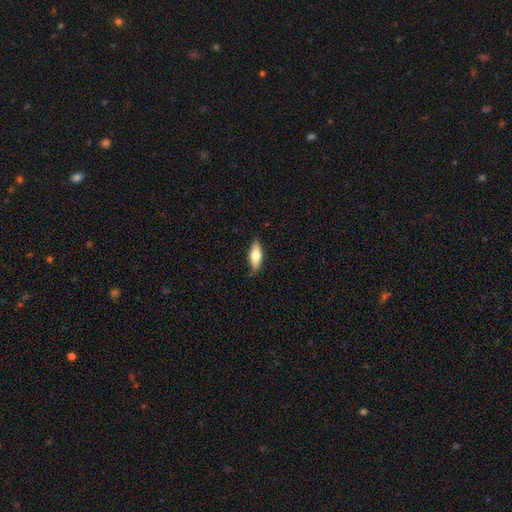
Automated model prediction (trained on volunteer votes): Smooth or featured?
  - smooth: 69% *
  - featured or disk: 25%
  - star or artifact: 6%
How rounded?
  - in between: 71% *
  - cigar-shaped: 27%
  - round: 2%
Merging?
  - none: 81% *
  - minor disturbance: 15%
  - major disturbance: 2%
  - merger: 1%